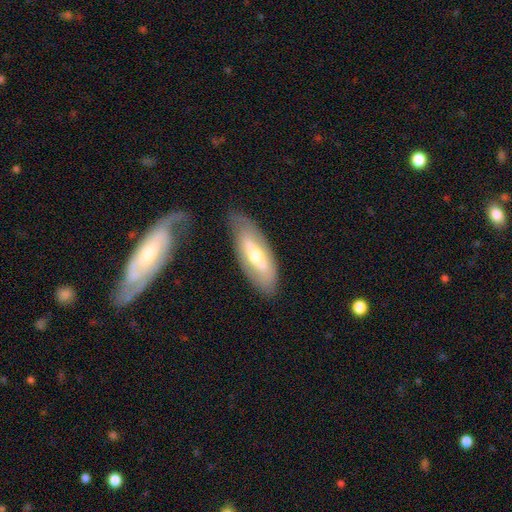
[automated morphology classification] This appears to be a featured or disk galaxy (55%). Merging: none (65%).